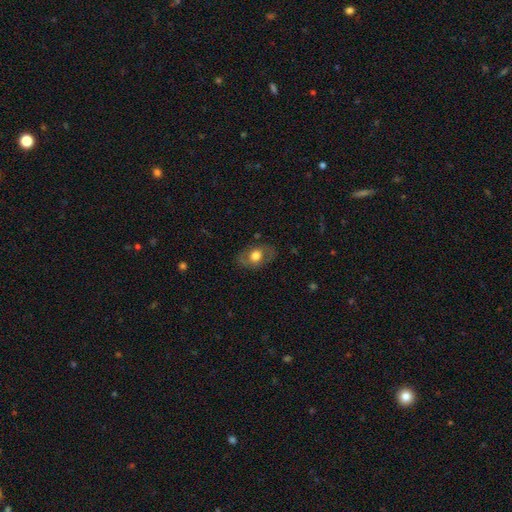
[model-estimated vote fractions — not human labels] This is possibly a smooth galaxy (54%). How rounded: likely in between (76%). Merging: likely none (77%).